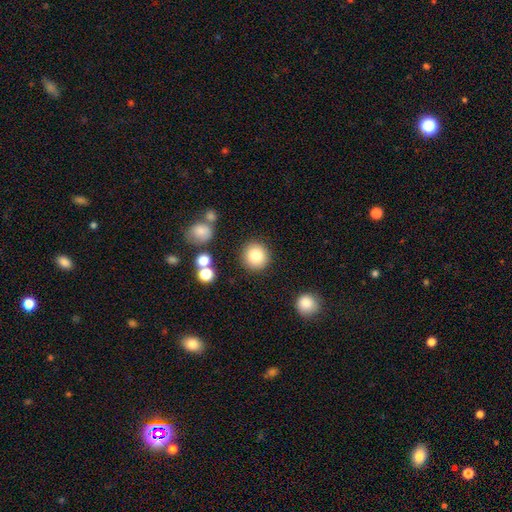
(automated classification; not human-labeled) smooth 84%, star or artifact 9%, featured or disk 7%. Down the decision tree: how rounded — round (92%); merging — none (87%).